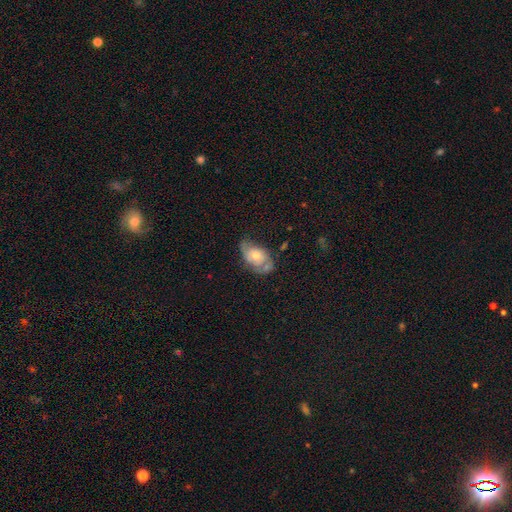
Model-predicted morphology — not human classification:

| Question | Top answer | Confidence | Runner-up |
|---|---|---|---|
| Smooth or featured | smooth | 50% | featured or disk (43%) |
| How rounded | in between | 86% | round (12%) |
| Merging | none | 41% | minor disturbance (33%) |